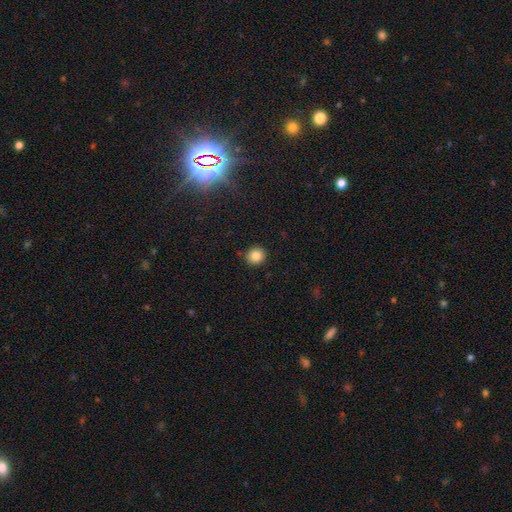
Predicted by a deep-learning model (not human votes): smooth 84%, star or artifact 11%, featured or disk 5%. Down the decision tree: how rounded — round (89%); merging — none (90%).